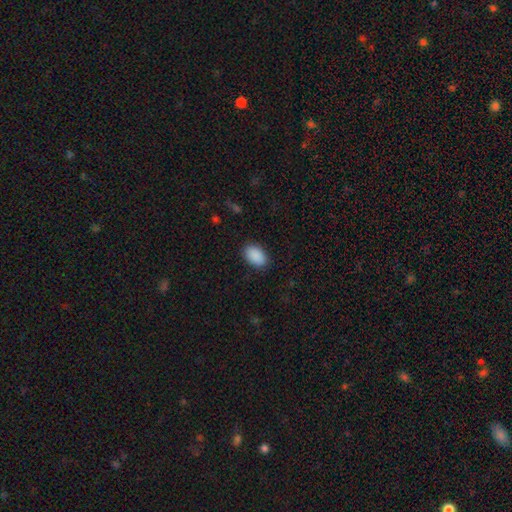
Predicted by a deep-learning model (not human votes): Smooth or featured: smooth — 91% (star or artifact — 7%)
How rounded: in between — 91% (round — 8%)
Merging: none — 87% (minor disturbance — 9%)